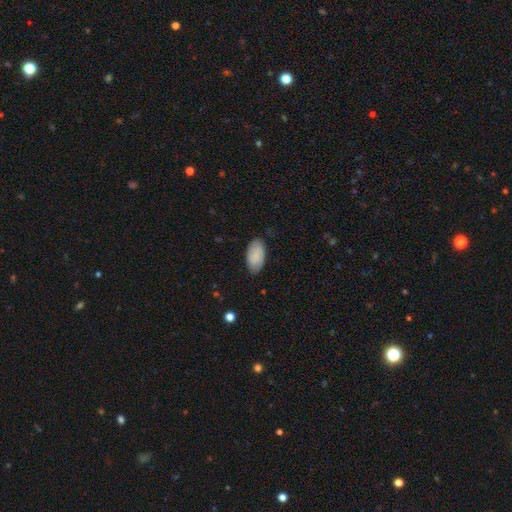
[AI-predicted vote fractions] Smooth or featured? smooth (76%)
How rounded? in between (95%)
Merging? none (82%)